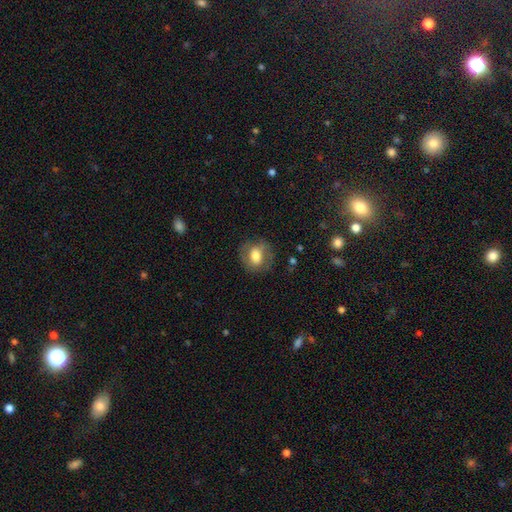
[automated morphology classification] Overall: smooth (61%; featured or disk 31%). How rounded: round (54%; in between 44%). Merging: none (76%).